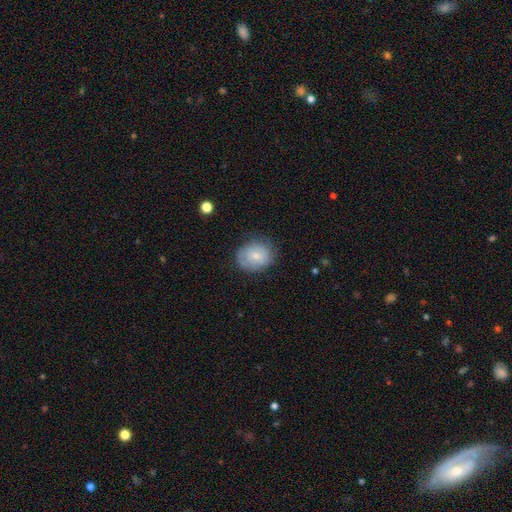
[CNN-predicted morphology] A smooth galaxy with no disk features (65%) that is round (61%).

Vote fractions:
- Smooth or featured? smooth: 65% / featured or disk: 27% / star or artifact: 7%
- How rounded? round: 61% / in between: 38% / cigar-shaped: 1%
- Merging? none: 72% / minor disturbance: 21% / major disturbance: 6% / merger: 1%